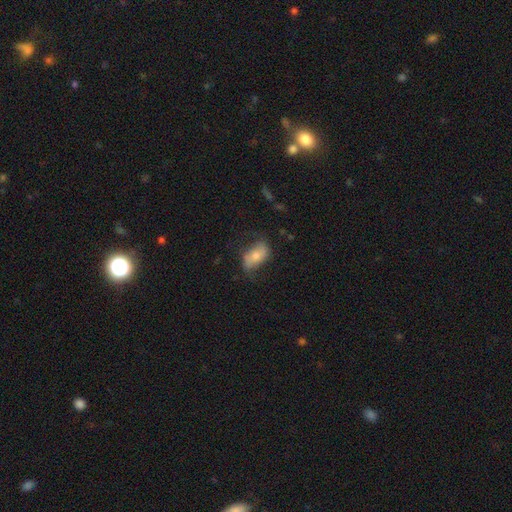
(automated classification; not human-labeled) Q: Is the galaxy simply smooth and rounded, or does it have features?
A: smooth — 60%.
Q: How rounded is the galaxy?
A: in between — 89%.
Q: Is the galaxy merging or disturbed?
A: none — 60%.